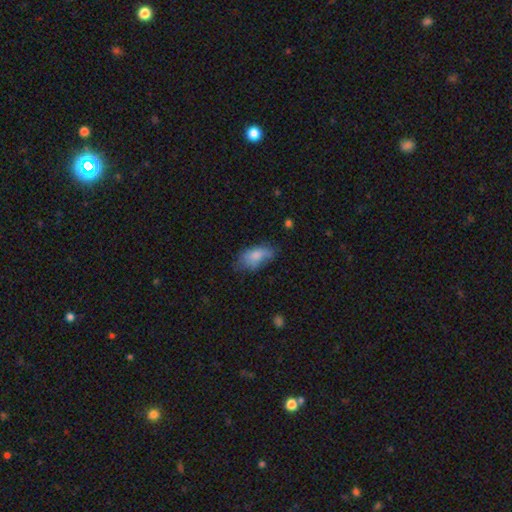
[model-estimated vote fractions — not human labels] Smooth or featured: smooth — 75% (featured or disk — 17%)
How rounded: in between — 91% (cigar-shaped — 5%)
Merging: none — 49% (minor disturbance — 34%)